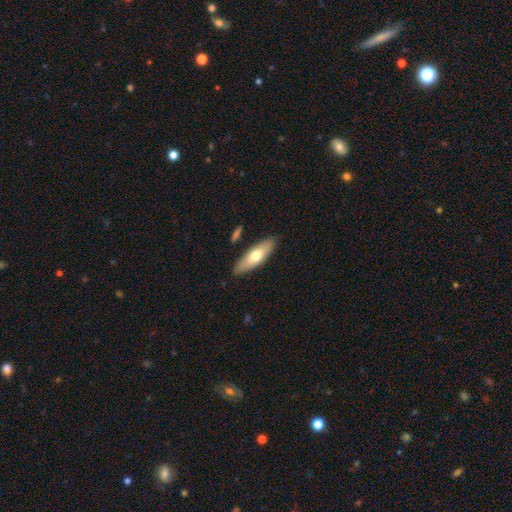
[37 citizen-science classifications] Smooth or featured?
  - smooth: 62% *
  - featured or disk: 38%
  - star or artifact: 0%
How rounded?
  - cigar-shaped: 52% *
  - in between: 48%
  - round: 0%
Merging?
  - none: 81% *
  - minor disturbance: 14%
  - merger: 5%
  - major disturbance: 0%